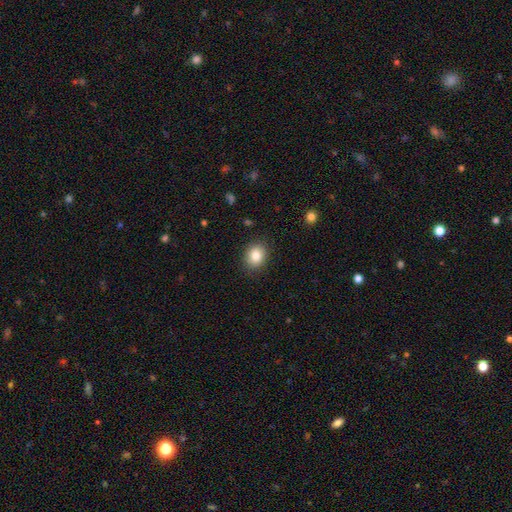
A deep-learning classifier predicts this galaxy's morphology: This is clearly a smooth galaxy (84%). How rounded: possibly round (53%). Merging: clearly none (88%).